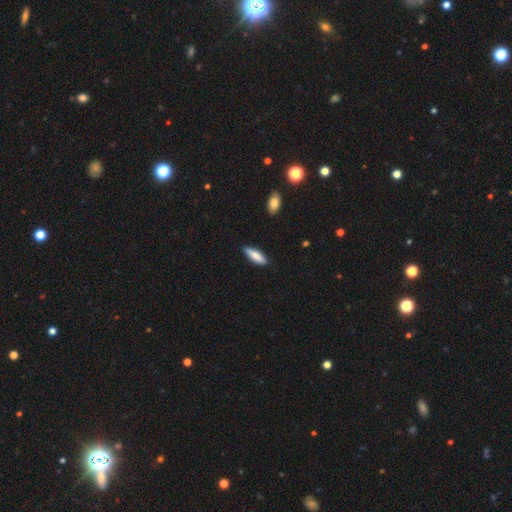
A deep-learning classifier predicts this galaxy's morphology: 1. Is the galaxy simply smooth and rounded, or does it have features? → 77% smooth, 17% featured or disk, 6% star or artifact.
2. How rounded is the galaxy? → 54% cigar-shaped, 45% in between, 2% round.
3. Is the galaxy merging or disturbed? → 87% none, 10% minor disturbance, 2% major disturbance, 1% merger.